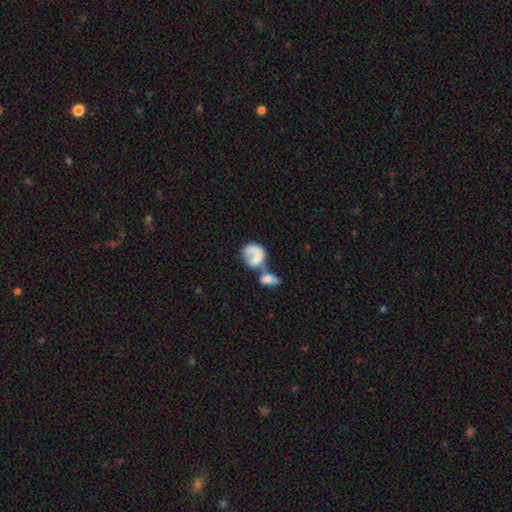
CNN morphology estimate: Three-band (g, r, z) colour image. It shows a smooth galaxy with no disk features (55%) that is in between round and cigar-shaped (56%). Merging: merger (57%).